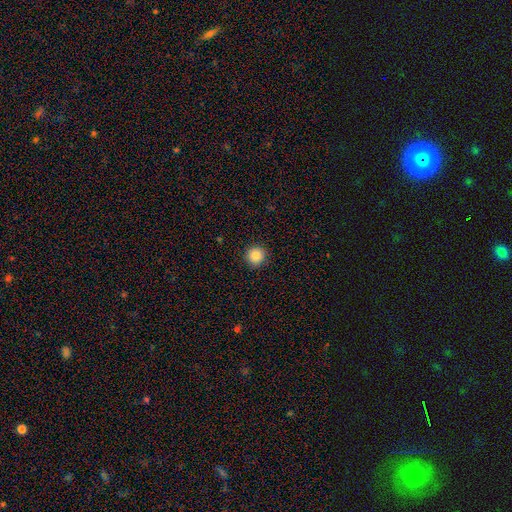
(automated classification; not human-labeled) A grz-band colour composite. It shows a smooth galaxy with no disk features (87%) that is round (94%). Merging: none (92%).